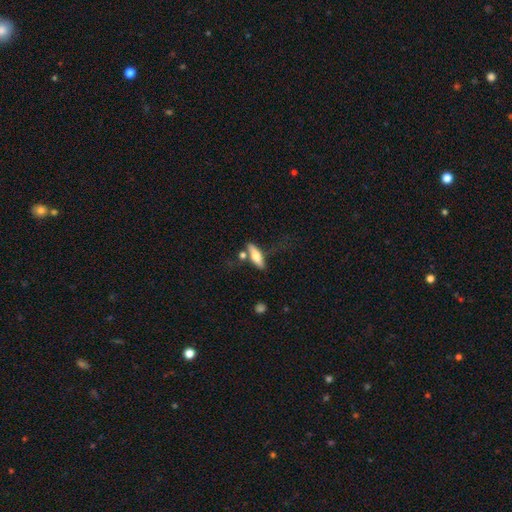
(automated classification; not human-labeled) smooth_or_featured: smooth (p=0.58) [alt: featured or disk p=0.36]
how_rounded: in between (p=0.49) [alt: cigar-shaped p=0.48]
merging: none (p=0.54) [alt: minor disturbance p=0.20]